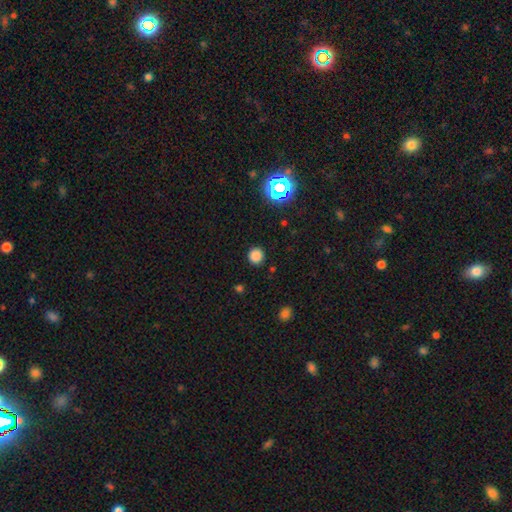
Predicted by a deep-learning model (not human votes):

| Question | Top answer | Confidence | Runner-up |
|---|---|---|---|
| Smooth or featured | smooth | 81% | star or artifact (16%) |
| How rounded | round | 93% | in between (6%) |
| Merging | none | 90% | minor disturbance (6%) |